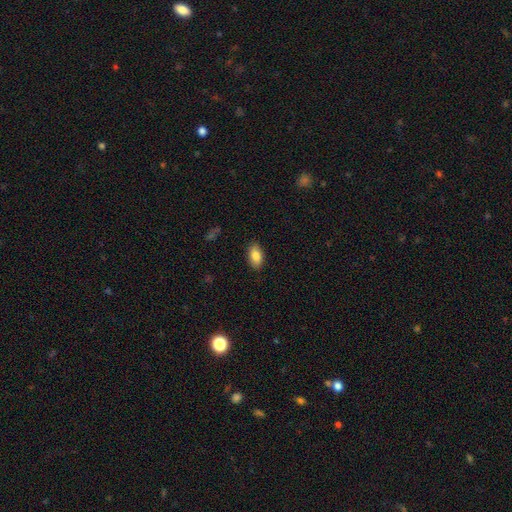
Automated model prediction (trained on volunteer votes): Overall: smooth (86%). How rounded: in between (93%). Merging: none (88%).